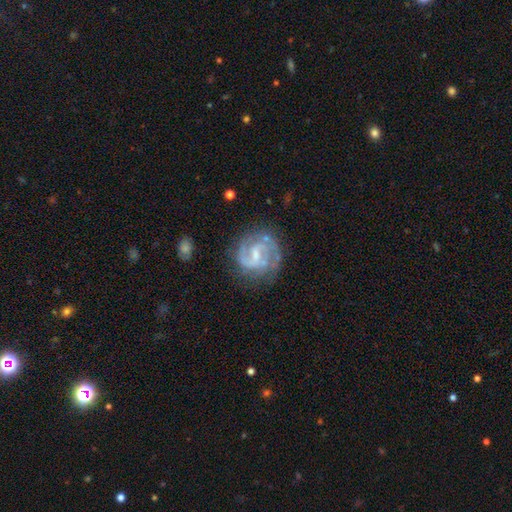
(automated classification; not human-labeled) A featured or disk galaxy (85%) with a weak bar (60%), 2 (74%) medium (48%) spiral arms (95%) and a small central bulge (50%).

Vote fractions:
- Smooth or featured? featured or disk: 85% / smooth: 9% / star or artifact: 5%
- Edge-on disk? no: 98% / yes: 2%
- Bar? weak: 60% / strong: 20% / no: 19%
- Spiral arms? yes: 95% / no: 5%
- Spiral winding? medium: 48% / tight: 38% / loose: 14%
- Spiral arm count? 2: 74% / can't tell: 11% / 3: 7% / 1: 4% / 4: 2% / more than 4: 2%
- Bulge size? small: 50% / moderate: 30% / none: 17% / large: 2% / dominant: 1%
- Merging? none: 68% / minor disturbance: 19% / major disturbance: 10% / merger: 2%